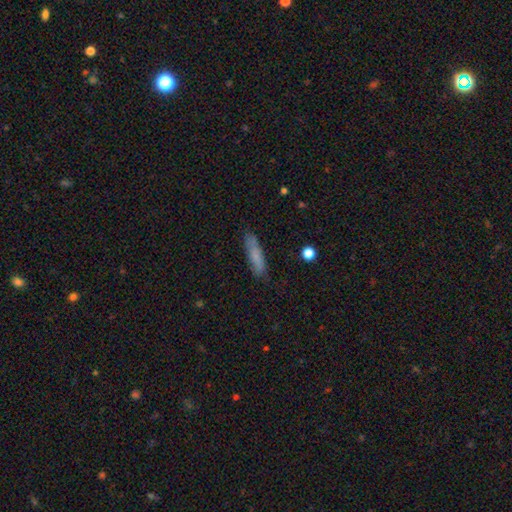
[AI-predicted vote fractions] This is likely a smooth galaxy (77%). How rounded: clearly cigar-shaped (80%). Merging: clearly none (81%).